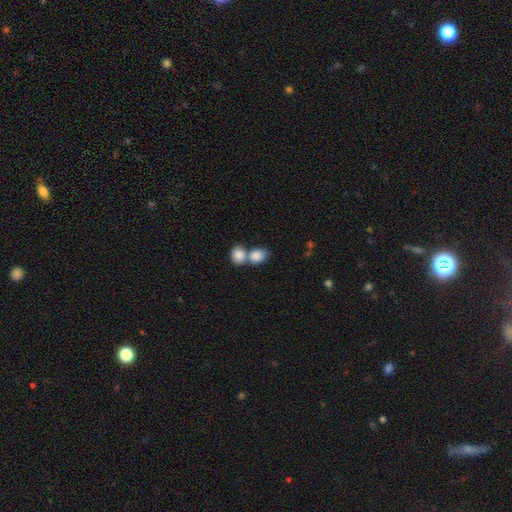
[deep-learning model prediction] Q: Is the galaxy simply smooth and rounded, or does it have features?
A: smooth — 85%.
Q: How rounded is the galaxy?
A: in between — 58%.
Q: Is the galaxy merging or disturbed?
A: merger — 60%.